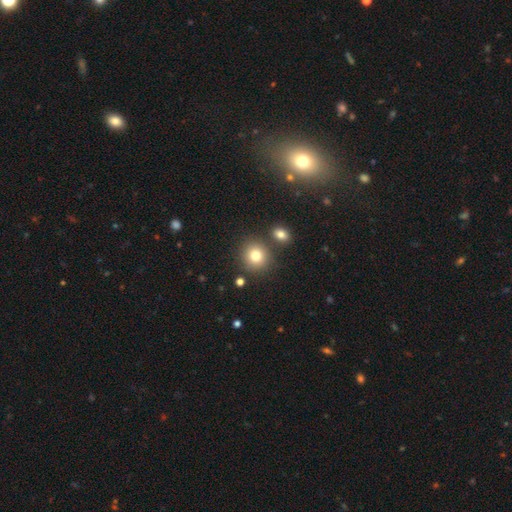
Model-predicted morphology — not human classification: smooth_or_featured: smooth (p=0.81) [alt: star or artifact p=0.11]
how_rounded: round (p=0.86) [alt: in between p=0.13]
merging: none (p=0.79) [alt: merger p=0.11]